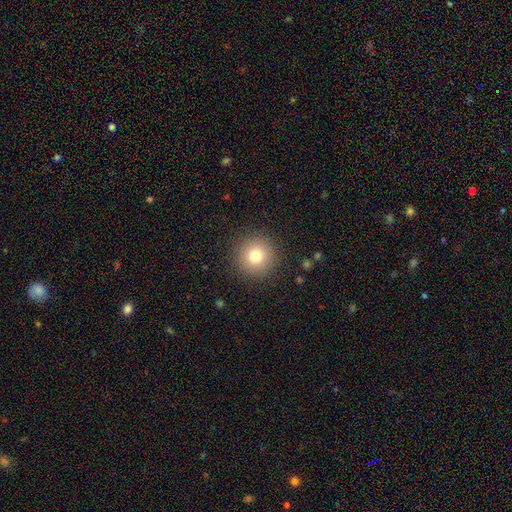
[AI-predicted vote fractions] The model was most divided on "smooth or featured": smooth: 78%, star or artifact: 12%, featured or disk: 10%. More confident: how rounded — round (96%); merging — none (91%).